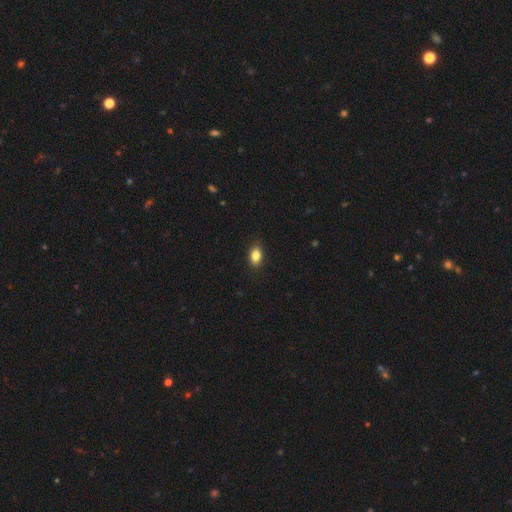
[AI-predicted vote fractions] Smooth or featured? smooth (86%)
How rounded? in between (88%)
Merging? none (88%)